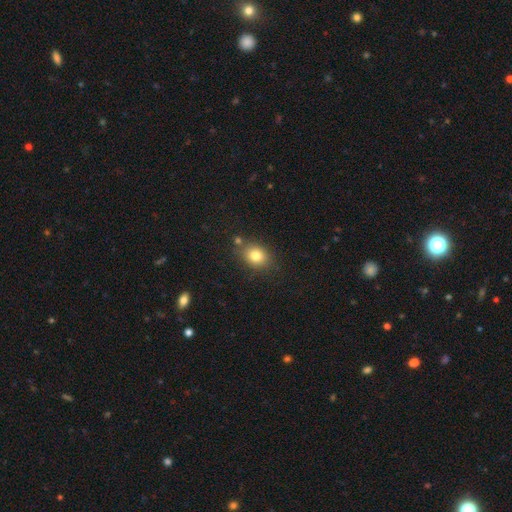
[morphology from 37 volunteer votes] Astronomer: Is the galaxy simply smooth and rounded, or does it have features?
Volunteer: smooth — 89%.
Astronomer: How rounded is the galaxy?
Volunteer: round — 61% (runner-up: in between, 39%).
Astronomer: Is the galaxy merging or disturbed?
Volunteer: none — 69%.